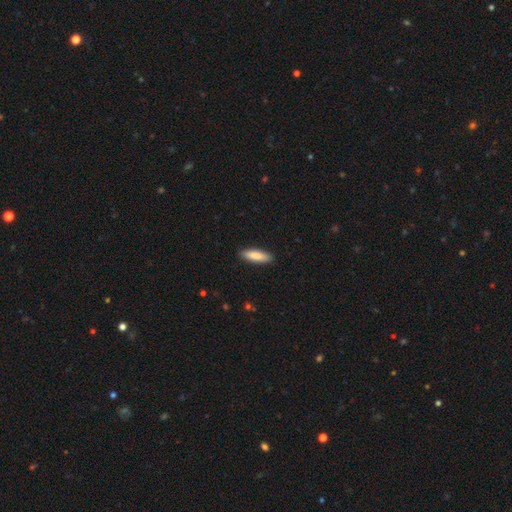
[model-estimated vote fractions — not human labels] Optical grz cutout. It shows a smooth galaxy with no disk features (86%) that is cigar-shaped (58%). Merging: none (90%).